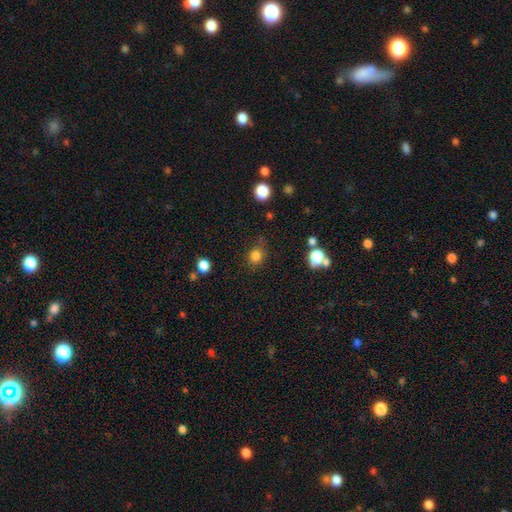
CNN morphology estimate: Q: Smooth or featured?
A: smooth (82%); runner-up: star or artifact (14%)
Q: How rounded?
A: round (78%); runner-up: in between (21%)
Q: Merging?
A: none (78%); runner-up: minor disturbance (14%)